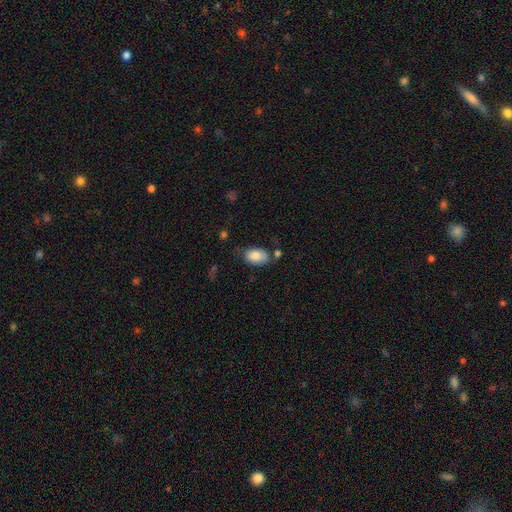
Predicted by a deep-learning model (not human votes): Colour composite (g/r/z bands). It shows a smooth galaxy with no disk features (84%) that is in between round and cigar-shaped (92%). Merging: none (66%).